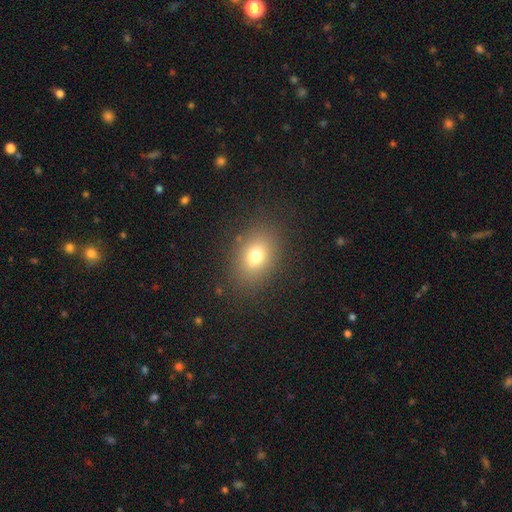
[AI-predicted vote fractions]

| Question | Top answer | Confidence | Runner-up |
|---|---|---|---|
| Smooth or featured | smooth | 73% | star or artifact (14%) |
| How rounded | in between | 63% | round (35%) |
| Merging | none | 84% | minor disturbance (10%) |